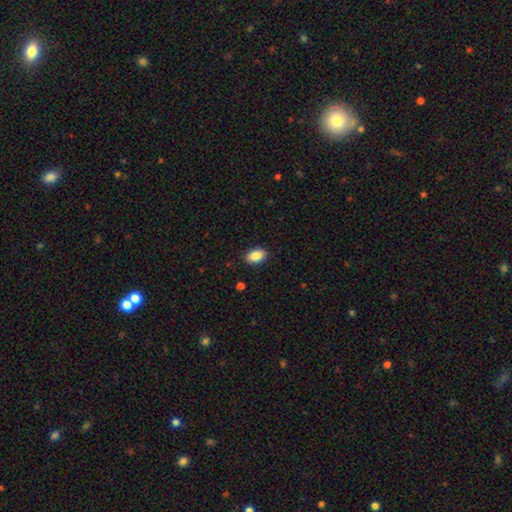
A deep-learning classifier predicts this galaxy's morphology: smooth-or-featured: smooth: 88% | star or artifact: 8% | featured or disk: 5%
  how-rounded: in between: 89% | round: 10% | cigar-shaped: 1%
  merging: none: 89% | minor disturbance: 8% | major disturbance: 2% | merger: 1%